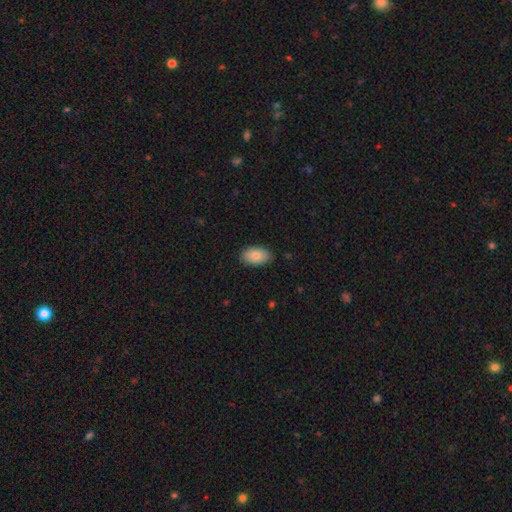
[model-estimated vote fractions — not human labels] smooth-or-featured: smooth: 83% | featured or disk: 10% | star or artifact: 7%
  how-rounded: in between: 94% | round: 5% | cigar-shaped: 1%
  merging: none: 88% | minor disturbance: 10% | major disturbance: 2% | merger: 1%